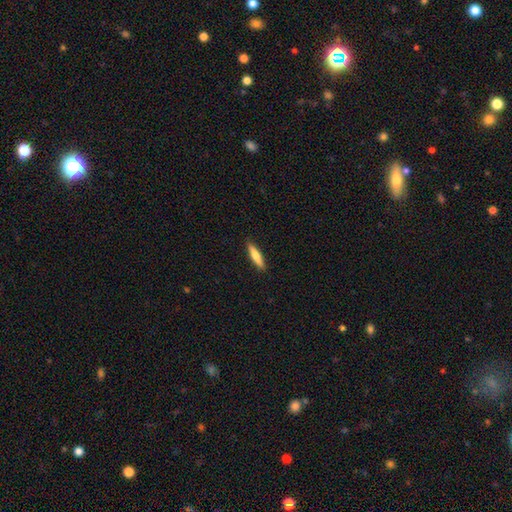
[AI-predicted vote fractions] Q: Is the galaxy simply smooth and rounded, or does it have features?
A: smooth — 68%.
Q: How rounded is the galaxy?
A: cigar-shaped — 81%.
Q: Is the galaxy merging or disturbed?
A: none — 90%.